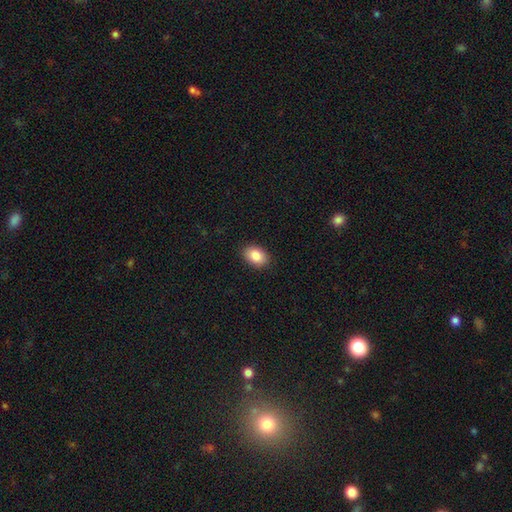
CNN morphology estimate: A smooth galaxy with no disk features (87%) that is in between round and cigar-shaped (86%).

Vote fractions:
- Smooth or featured? smooth: 87% / star or artifact: 7% / featured or disk: 6%
- How rounded? in between: 86% / round: 13% / cigar-shaped: 1%
- Merging? none: 89% / minor disturbance: 8% / major disturbance: 2% / merger: 1%